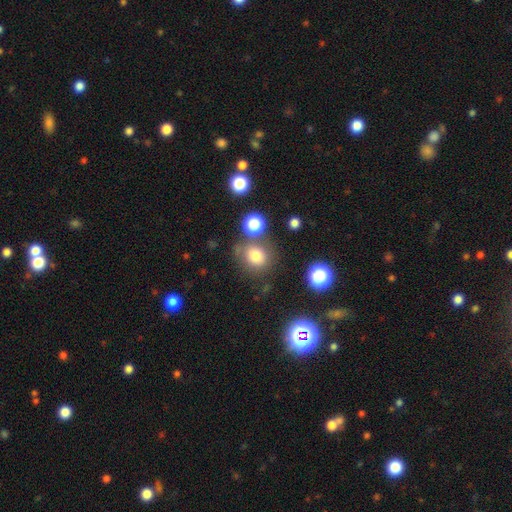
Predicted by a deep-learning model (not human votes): Q: Smooth or featured?
A: smooth (76%); runner-up: star or artifact (15%)
Q: How rounded?
A: round (80%); runner-up: in between (19%)
Q: Merging?
A: none (68%); runner-up: merger (14%)